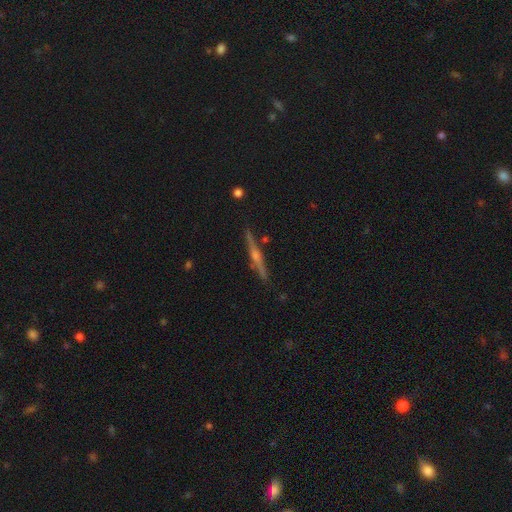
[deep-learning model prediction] A featured or disk galaxy (79%) viewed edge-on (98%) with a rounded central bulge (84%). Merging: none (88%).